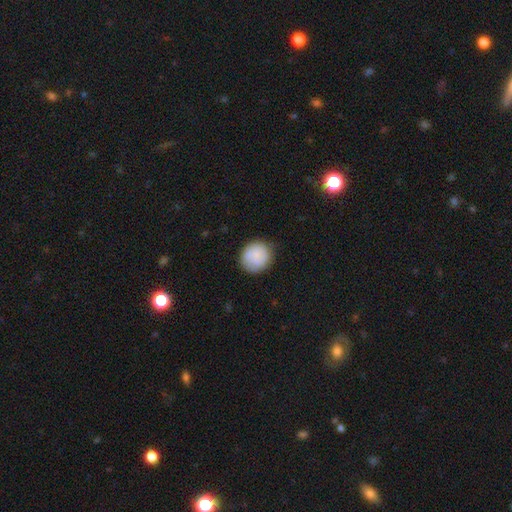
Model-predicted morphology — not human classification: A smooth galaxy with no disk features (78%) that is round (88%).

Vote fractions:
- Smooth or featured? smooth: 78% / featured or disk: 15% / star or artifact: 7%
- How rounded? round: 88% / in between: 11% / cigar-shaped: 1%
- Merging? none: 83% / minor disturbance: 12% / major disturbance: 3% / merger: 1%